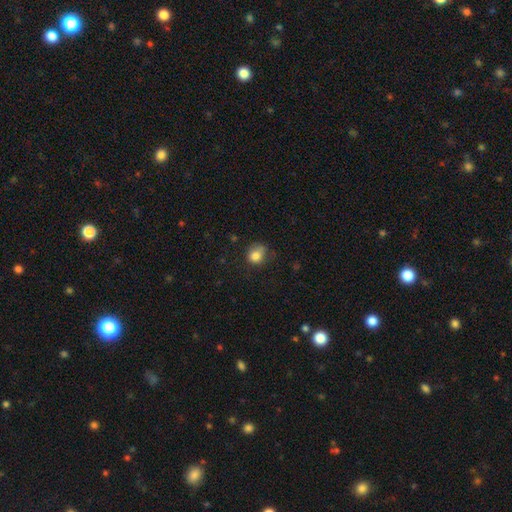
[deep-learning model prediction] Overall: smooth (81%). How rounded: round (67%; in between 32%). Merging: none (51%; minor disturbance 30%).